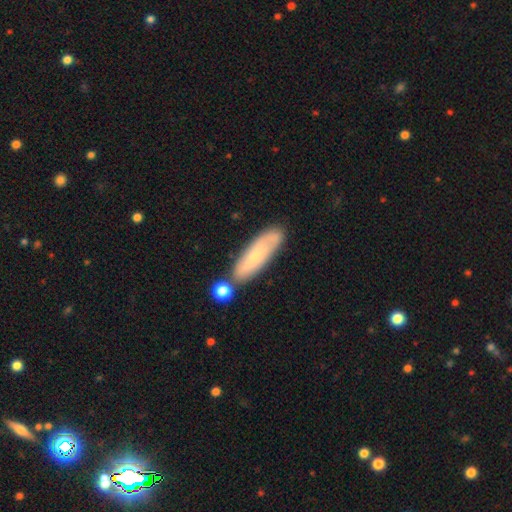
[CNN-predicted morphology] smooth_or_featured: smooth (p=0.57) [alt: featured or disk p=0.36]
how_rounded: cigar-shaped (p=0.62) [alt: in between p=0.37]
merging: none (p=0.69) [alt: minor disturbance p=0.15]